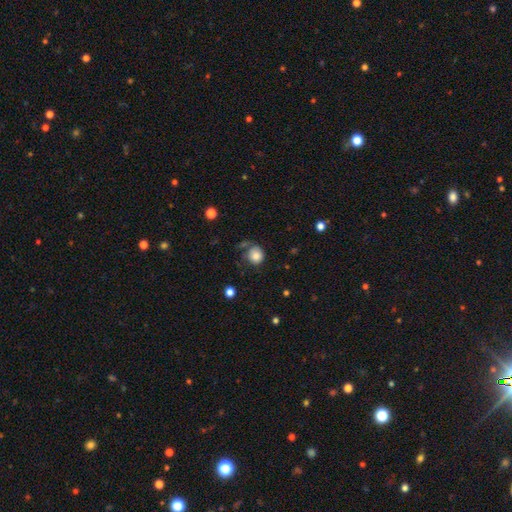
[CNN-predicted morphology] The model was most divided on "merging": none: 55%, minor disturbance: 24%, major disturbance: 13%, merger: 9%. More confident: how rounded — round (82%); smooth or featured — smooth (82%).